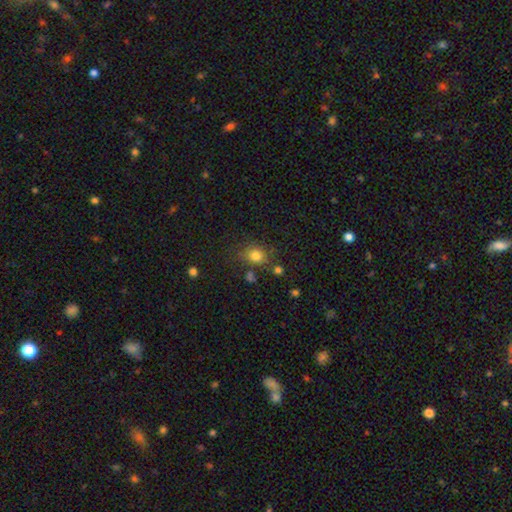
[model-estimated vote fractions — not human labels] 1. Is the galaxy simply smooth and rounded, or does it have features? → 79% smooth, 13% star or artifact, 8% featured or disk.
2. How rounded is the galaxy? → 66% round, 33% in between, 1% cigar-shaped.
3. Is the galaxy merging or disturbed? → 70% none, 16% minor disturbance, 8% merger, 6% major disturbance.